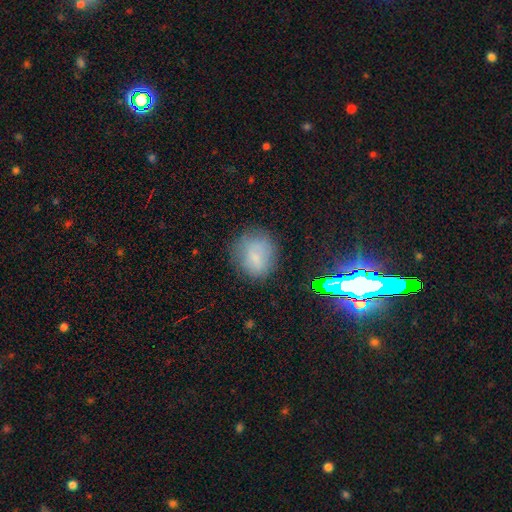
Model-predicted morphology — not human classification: Smooth or featured? Predicted: smooth (p=0.69). How rounded? Predicted: round (p=0.65). Merging? Predicted: none (p=0.73).